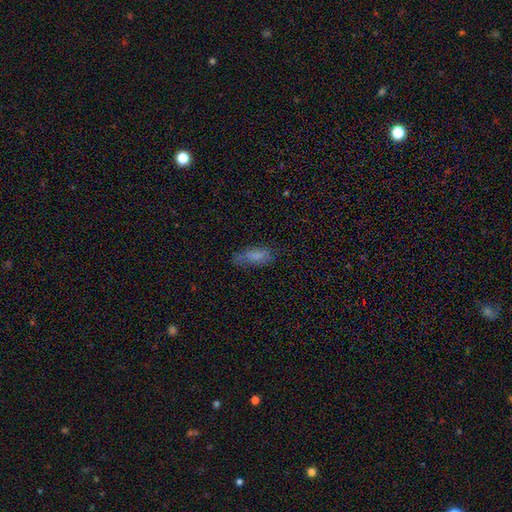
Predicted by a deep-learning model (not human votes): A smooth galaxy with no disk features (72%) that is in between round and cigar-shaped (70%). Merging: none (58%).